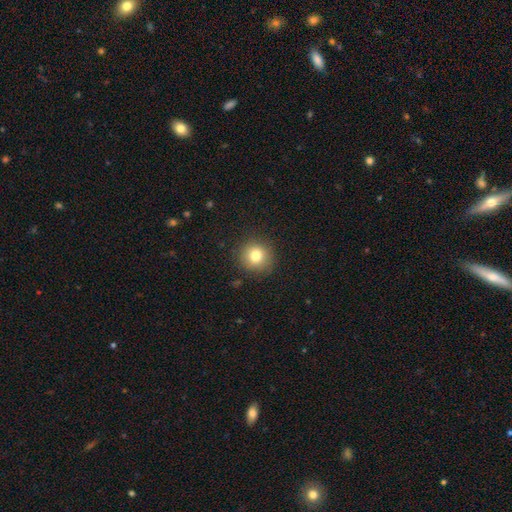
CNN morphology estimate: Smooth or featured?
  - smooth: 79% *
  - star or artifact: 11%
  - featured or disk: 10%
How rounded?
  - round: 92% *
  - in between: 7%
  - cigar-shaped: 1%
Merging?
  - none: 88% *
  - minor disturbance: 8%
  - major disturbance: 3%
  - merger: 1%